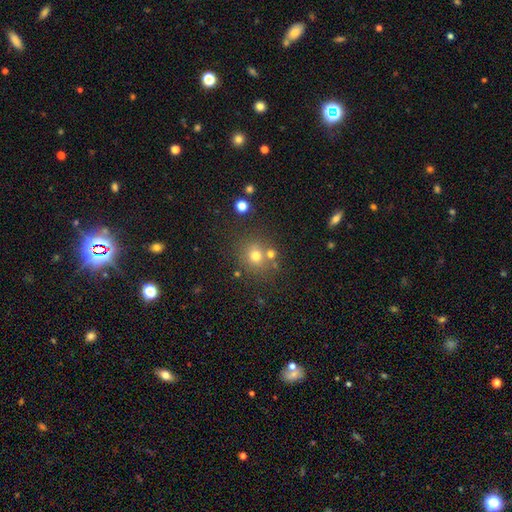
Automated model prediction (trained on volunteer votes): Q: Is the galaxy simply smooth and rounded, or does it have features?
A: smooth — 71%.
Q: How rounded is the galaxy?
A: round — 85%.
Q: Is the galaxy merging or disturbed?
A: none — 69%.